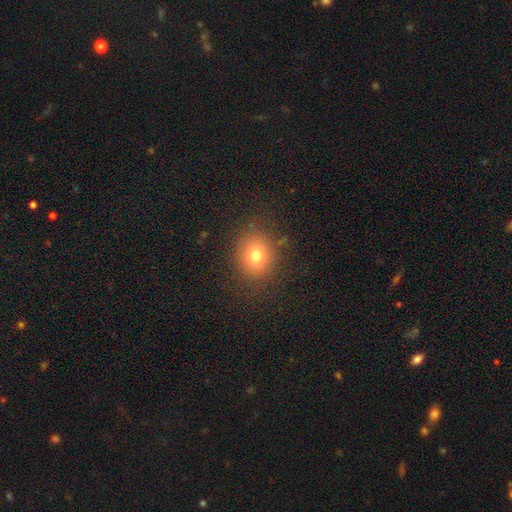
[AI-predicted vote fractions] The model was most divided on "how rounded": round: 65%, in between: 34%, cigar-shaped: 1%. More confident: merging — none (85%); smooth or featured — smooth (76%).